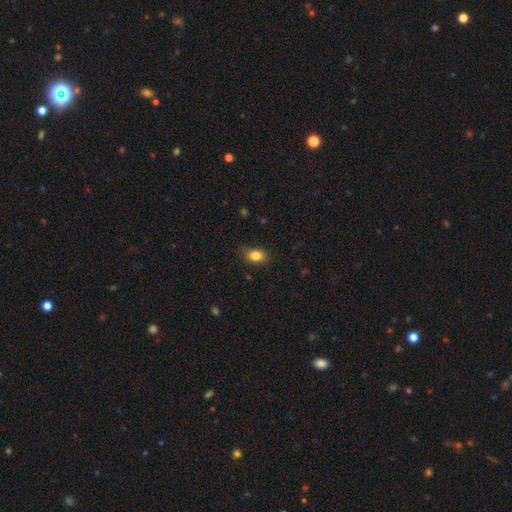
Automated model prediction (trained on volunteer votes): Smooth or featured?
  - smooth: 83% *
  - star or artifact: 9%
  - featured or disk: 7%
How rounded?
  - in between: 80% *
  - round: 18%
  - cigar-shaped: 2%
Merging?
  - none: 82% *
  - minor disturbance: 14%
  - major disturbance: 3%
  - merger: 1%